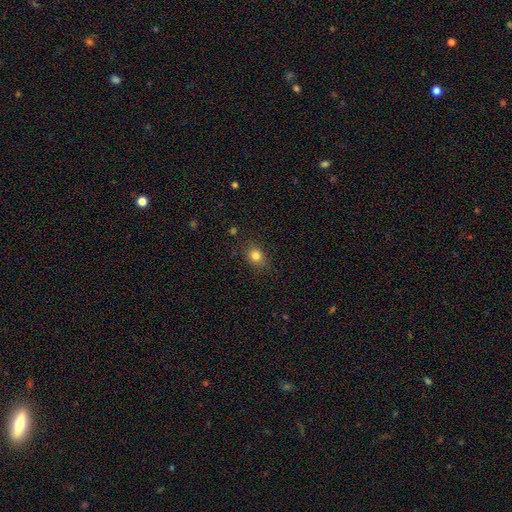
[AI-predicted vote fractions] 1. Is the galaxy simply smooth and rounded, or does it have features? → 82% smooth, 12% star or artifact, 6% featured or disk.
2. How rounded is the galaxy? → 63% round, 36% in between, 1% cigar-shaped.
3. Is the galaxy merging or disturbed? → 82% none, 13% minor disturbance, 3% major disturbance, 1% merger.